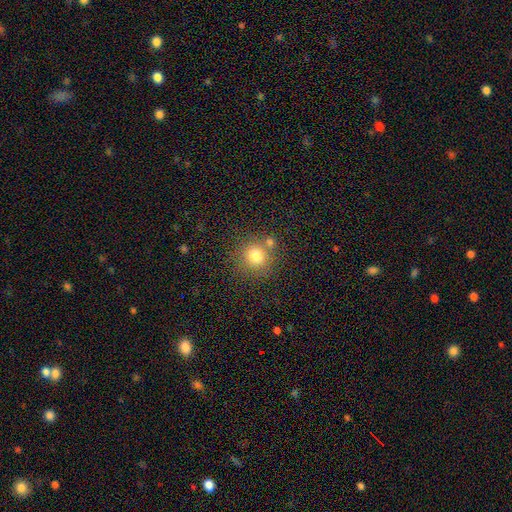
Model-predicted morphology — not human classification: smooth 77%, star or artifact 14%, featured or disk 9%. Down the decision tree: how rounded — round (89%); merging — none (69%).